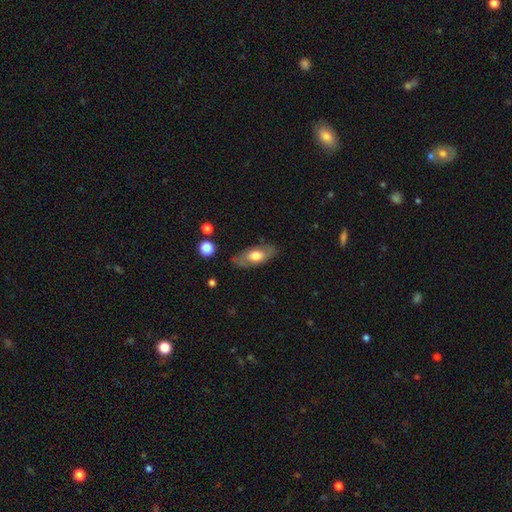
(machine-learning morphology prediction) Smooth or featured? smooth (56%)
How rounded? in between (83%)
Merging? none (77%)